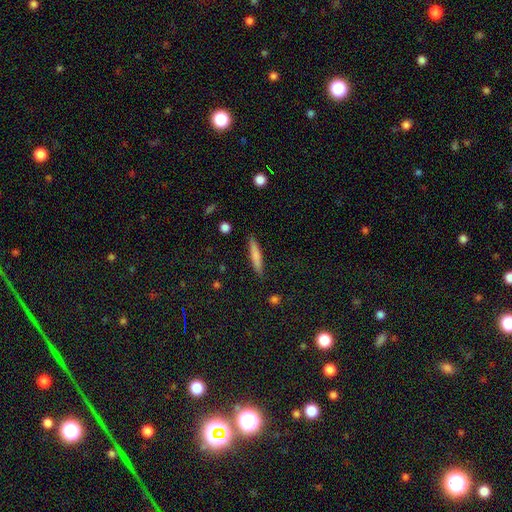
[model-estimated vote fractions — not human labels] Overall: smooth (74%). How rounded: cigar-shaped (91%). Merging: none (88%).